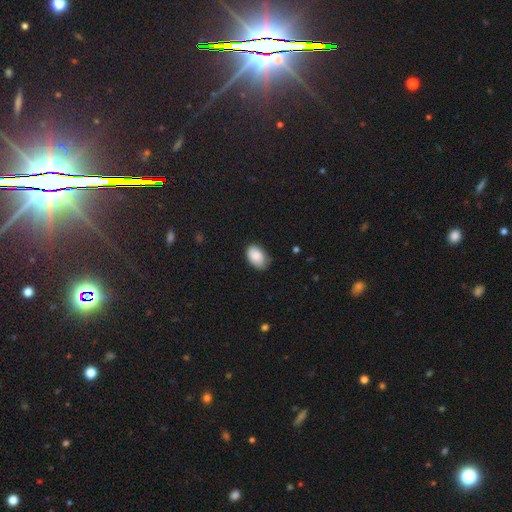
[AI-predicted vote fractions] smooth 88%, star or artifact 7%, featured or disk 6%. Down the decision tree: how rounded — in between (91%); merging — none (67%).